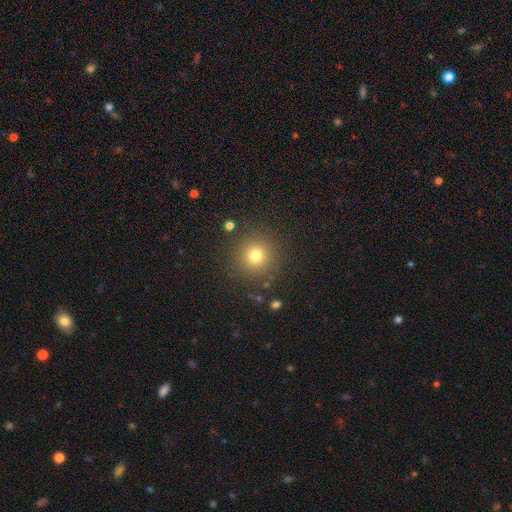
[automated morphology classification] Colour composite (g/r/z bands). It shows a smooth galaxy with no disk features (75%) that is round (95%). Merging: none (88%).